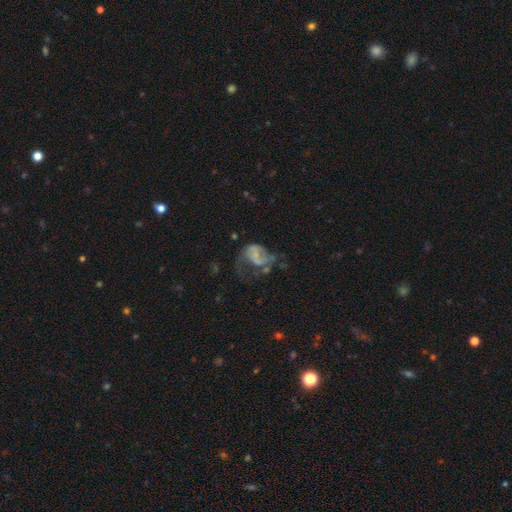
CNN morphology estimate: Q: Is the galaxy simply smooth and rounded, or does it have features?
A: featured or disk — 56%.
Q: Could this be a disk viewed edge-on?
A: no — 98%.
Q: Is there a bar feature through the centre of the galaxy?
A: no — 72%.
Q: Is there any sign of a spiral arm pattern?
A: no — 52%.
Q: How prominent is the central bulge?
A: none — 63%.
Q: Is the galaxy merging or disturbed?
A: major disturbance — 55%.